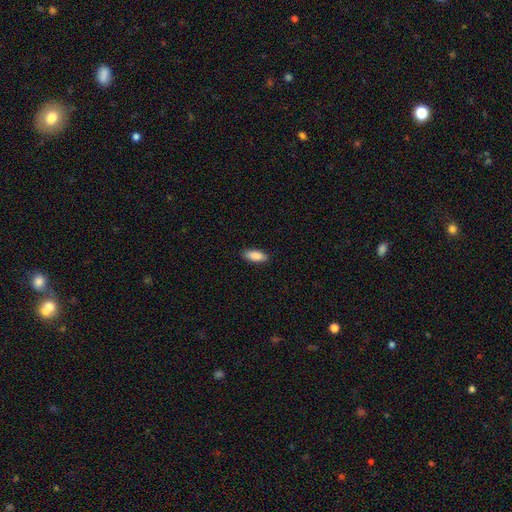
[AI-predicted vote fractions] smooth-or-featured: smooth: 89% | star or artifact: 6% | featured or disk: 5%
  how-rounded: in between: 81% | cigar-shaped: 17% | round: 2%
  merging: none: 87% | minor disturbance: 10% | major disturbance: 2% | merger: 1%